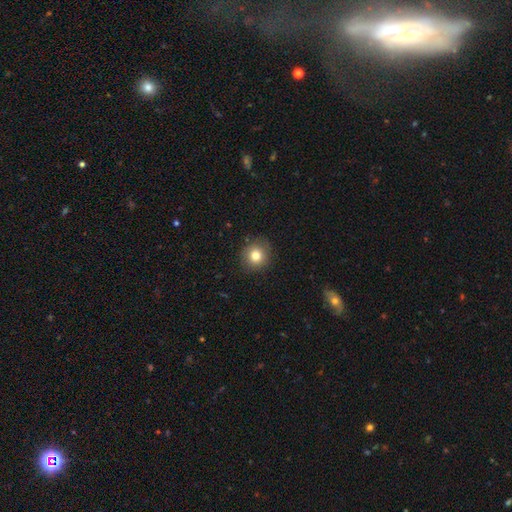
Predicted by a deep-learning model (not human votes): Smooth or featured? Predicted: smooth (p=0.80). How rounded? Predicted: round (p=0.90). Merging? Predicted: none (p=0.88).